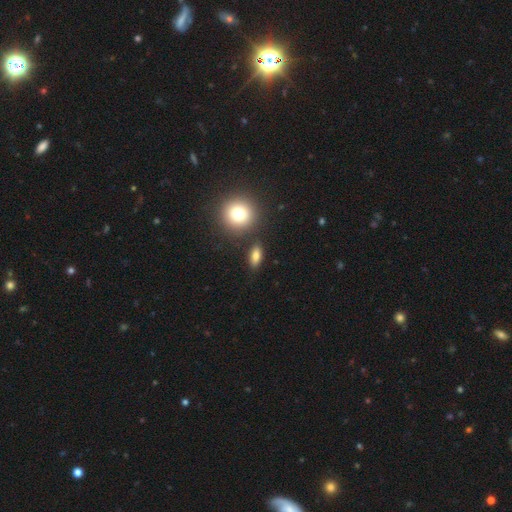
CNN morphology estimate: The model was most divided on "how rounded": in between: 73%, round: 15%, cigar-shaped: 11%. More confident: merging — none (84%); smooth or featured — smooth (77%).